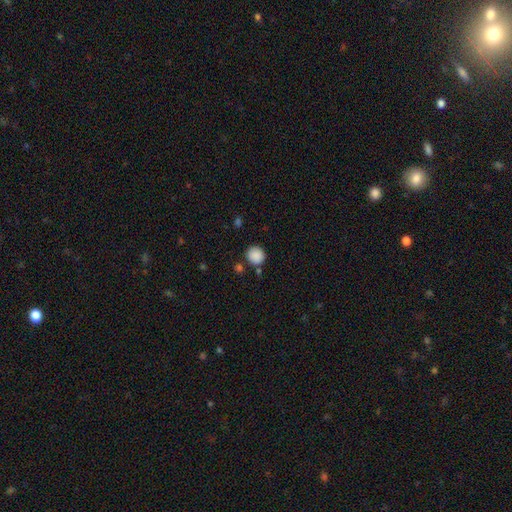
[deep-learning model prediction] A smooth galaxy with no disk features (88%) that is round (90%).

Vote fractions:
- Smooth or featured? smooth: 88% / star or artifact: 9% / featured or disk: 3%
- How rounded? round: 90% / in between: 9% / cigar-shaped: 1%
- Merging? none: 80% / minor disturbance: 10% / merger: 7% / major disturbance: 3%